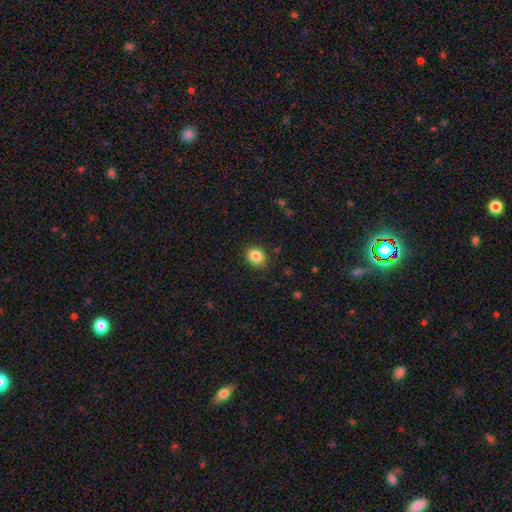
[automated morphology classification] This is clearly a smooth galaxy (86%). How rounded: likely round (68%). Merging: clearly none (83%).